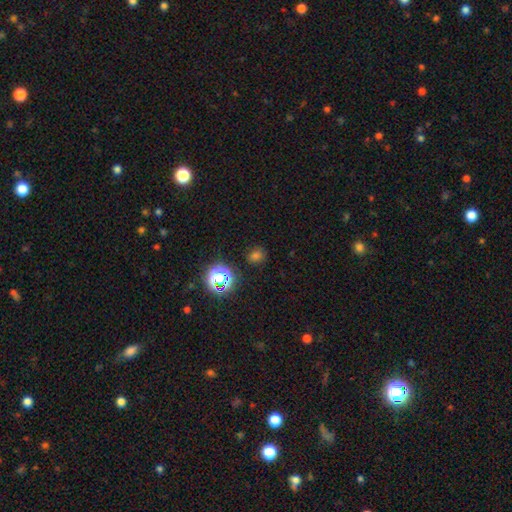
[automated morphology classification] smooth 65%, star or artifact 30%, featured or disk 6%. Down the decision tree: how rounded — round (71%); merging — none (85%).